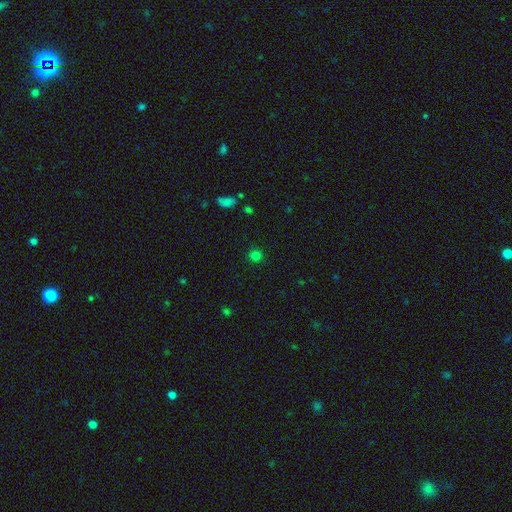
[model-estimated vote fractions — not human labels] Overall: smooth (78%). How rounded: round (91%). Merging: none (90%).